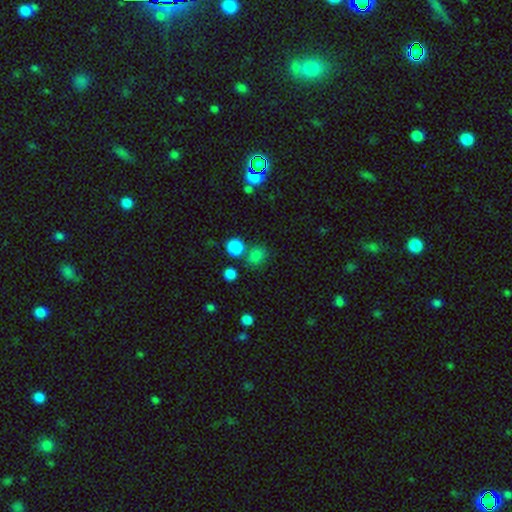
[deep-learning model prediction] Smooth or featured? Predicted: smooth (p=0.79). How rounded? Predicted: round (p=0.70). Merging? Predicted: none (p=0.68).